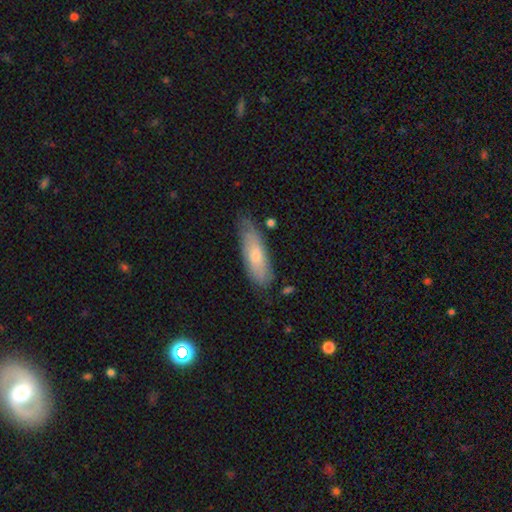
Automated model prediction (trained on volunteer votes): A smooth galaxy with no disk features (67%) that is in between round and cigar-shaped (54%).

Vote fractions:
- Smooth or featured? smooth: 67% / featured or disk: 27% / star or artifact: 6%
- How rounded? in between: 54% / cigar-shaped: 44% / round: 2%
- Merging? none: 68% / minor disturbance: 25% / major disturbance: 4% / merger: 2%